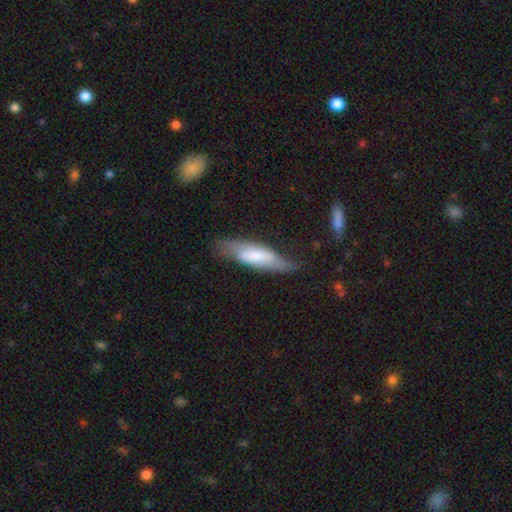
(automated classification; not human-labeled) Morphology: type=smooth (51%); roundness=cigar-shaped (59%); merging=none (66%).